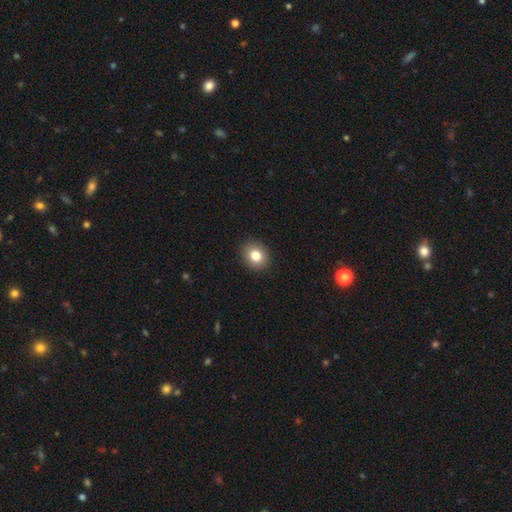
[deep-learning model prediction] Q: Smooth or featured?
A: smooth (81%); runner-up: star or artifact (11%)
Q: How rounded?
A: round (67%); runner-up: in between (33%)
Q: Merging?
A: none (91%); runner-up: minor disturbance (6%)